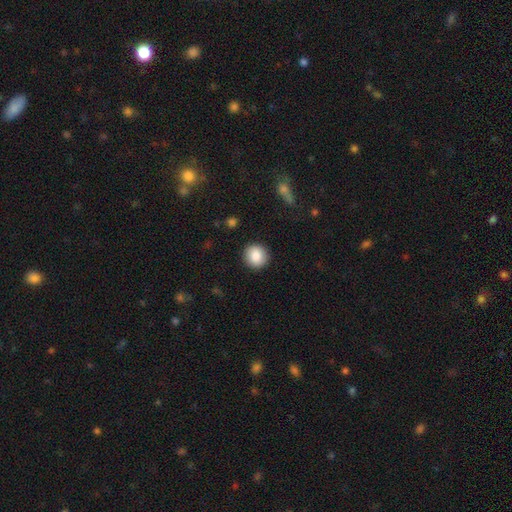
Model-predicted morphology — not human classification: Smooth or featured?
  - smooth: 87% *
  - star or artifact: 8%
  - featured or disk: 5%
How rounded?
  - round: 91% *
  - in between: 8%
  - cigar-shaped: 1%
Merging?
  - none: 91% *
  - minor disturbance: 6%
  - major disturbance: 2%
  - merger: 1%